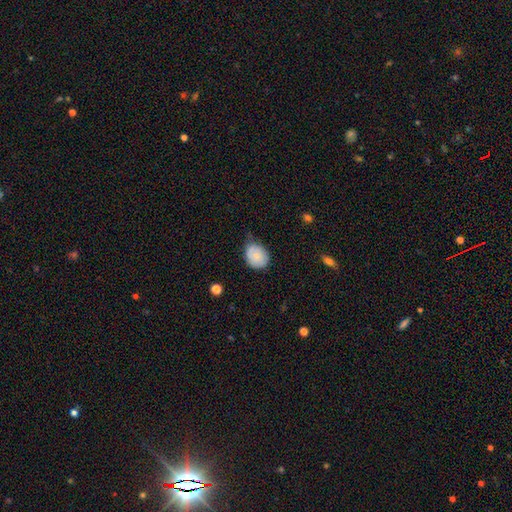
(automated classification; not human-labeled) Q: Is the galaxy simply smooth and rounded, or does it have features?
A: smooth — 73%.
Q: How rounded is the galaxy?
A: round — 51%.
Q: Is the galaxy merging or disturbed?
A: none — 53%.